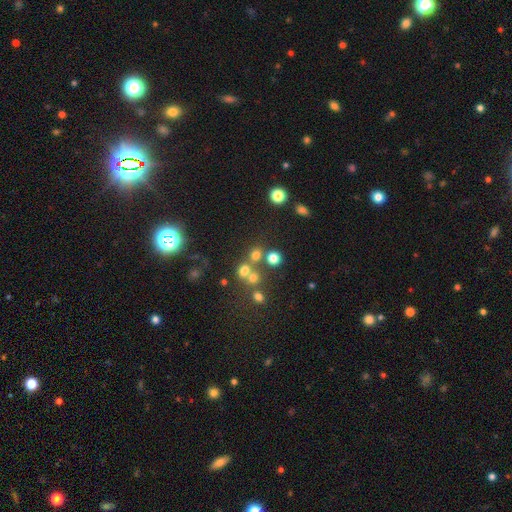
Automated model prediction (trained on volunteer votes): smooth 57%, star or artifact 29%, featured or disk 14%. Down the decision tree: how rounded — round (86%); merging — none (58%).